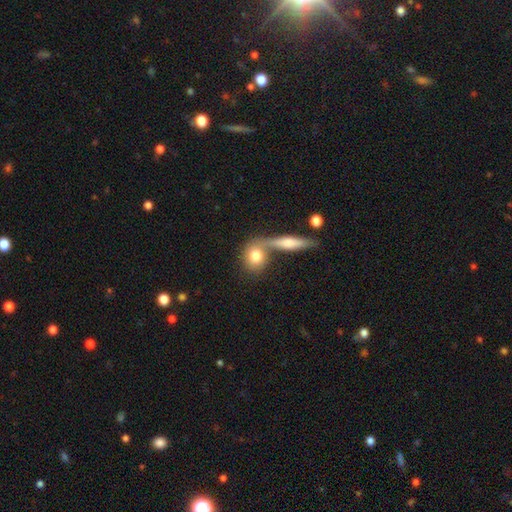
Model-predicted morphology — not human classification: type=smooth (74%); roundness=round (65%); merging=none (45%).